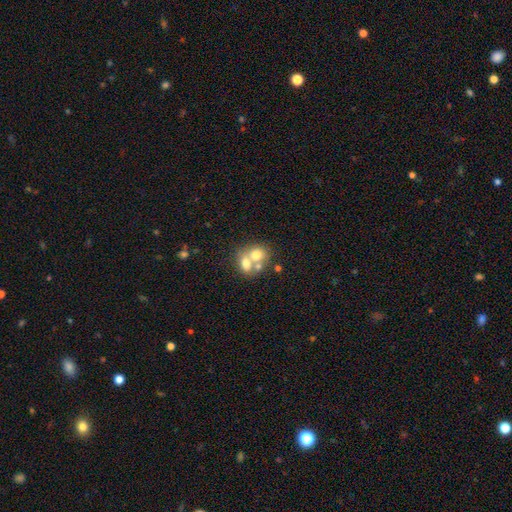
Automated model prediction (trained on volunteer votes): The model was most divided on "how rounded": round: 57%, in between: 42%, cigar-shaped: 1%. More confident: smooth or featured — smooth (65%); merging — merger (64%).